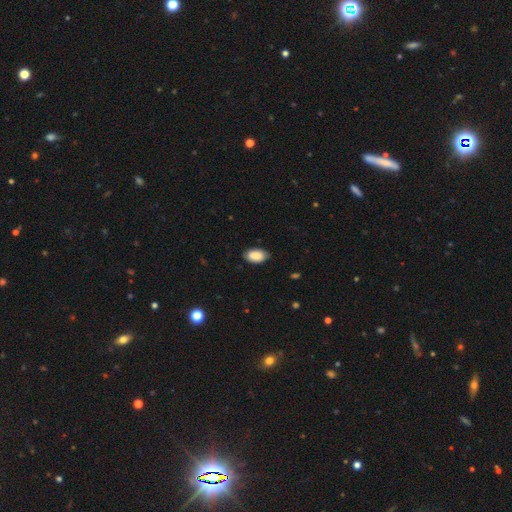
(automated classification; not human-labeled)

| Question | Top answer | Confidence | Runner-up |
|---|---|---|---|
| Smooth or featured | smooth | 86% | featured or disk (8%) |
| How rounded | in between | 94% | round (4%) |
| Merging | none | 81% | minor disturbance (16%) |